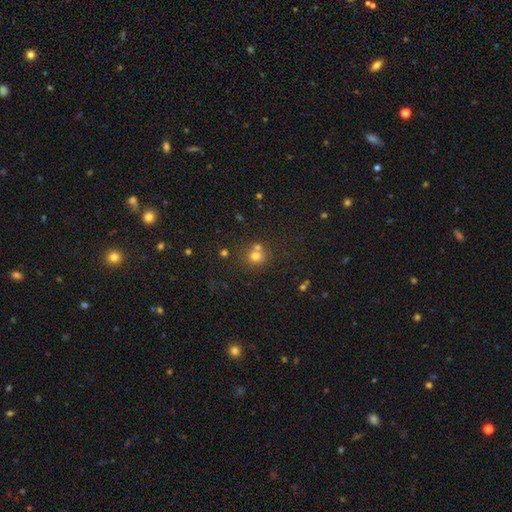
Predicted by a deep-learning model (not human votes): smooth-or-featured: smooth: 70% | star or artifact: 17% | featured or disk: 13%
  how-rounded: round: 83% | in between: 16% | cigar-shaped: 1%
  merging: none: 52% | merger: 35% | minor disturbance: 9% | major disturbance: 4%